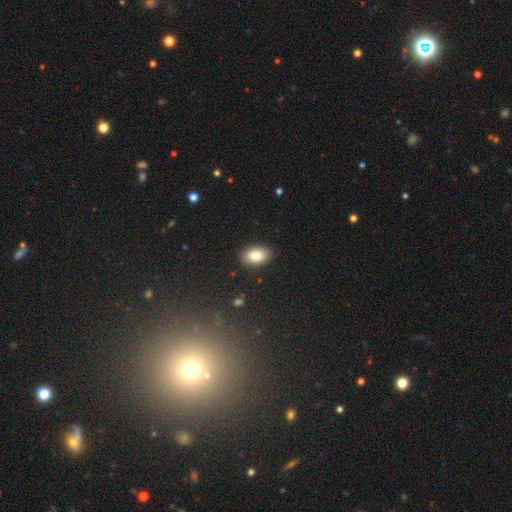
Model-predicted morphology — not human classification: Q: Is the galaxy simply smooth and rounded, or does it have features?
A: smooth — 85%.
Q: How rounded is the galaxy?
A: in between — 91%.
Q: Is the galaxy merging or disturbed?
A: none — 88%.